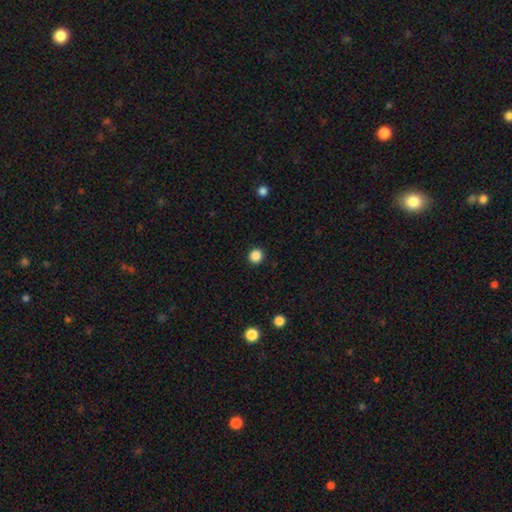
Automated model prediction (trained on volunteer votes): smooth_or_featured: smooth (p=0.87) [alt: star or artifact p=0.11]
how_rounded: round (p=0.91) [alt: in between p=0.08]
merging: none (p=0.93) [alt: minor disturbance p=0.05]